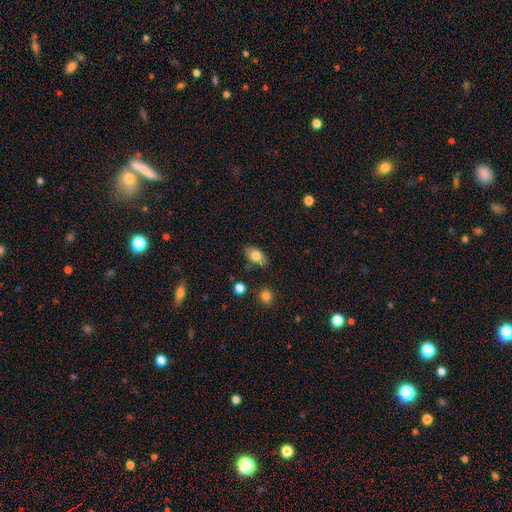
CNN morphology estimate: Smooth or featured? smooth (76%)
How rounded? in between (86%)
Merging? none (78%)